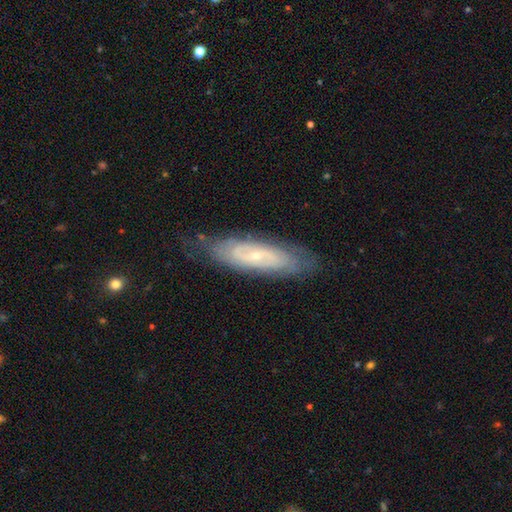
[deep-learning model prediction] A featured or disk galaxy (71%) with no bar (67%), spiral arms (84%) and a small central bulge (81%).

Vote fractions:
- Smooth or featured? featured or disk: 71% / smooth: 22% / star or artifact: 7%
- Edge-on disk? no: 81% / yes: 19%
- Bar? no: 67% / weak: 26% / strong: 7%
- Spiral arms? yes: 84% / no: 16%
- Bulge size? small: 81% / moderate: 14% / none: 3% / large: 1% / dominant: 1%
- Merging? none: 75% / minor disturbance: 19% / major disturbance: 5% / merger: 2%